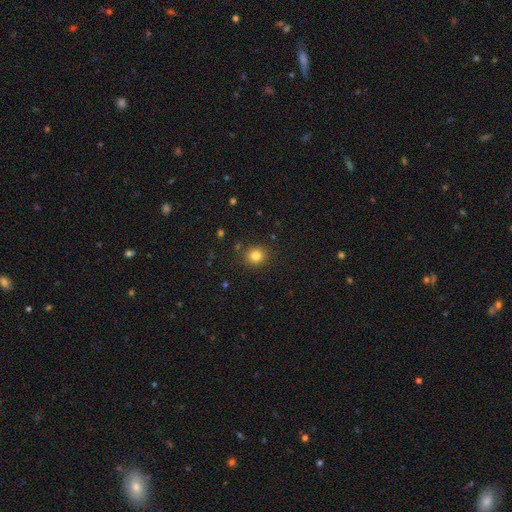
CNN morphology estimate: smooth 82%, star or artifact 12%, featured or disk 6%. Down the decision tree: how rounded — round (88%); merging — none (87%).